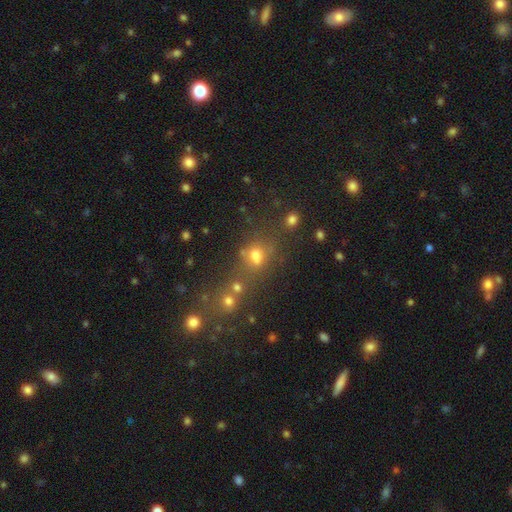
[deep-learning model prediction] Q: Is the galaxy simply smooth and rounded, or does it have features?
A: smooth — 57%.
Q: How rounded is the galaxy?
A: round — 66%.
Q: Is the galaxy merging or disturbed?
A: none — 53%.